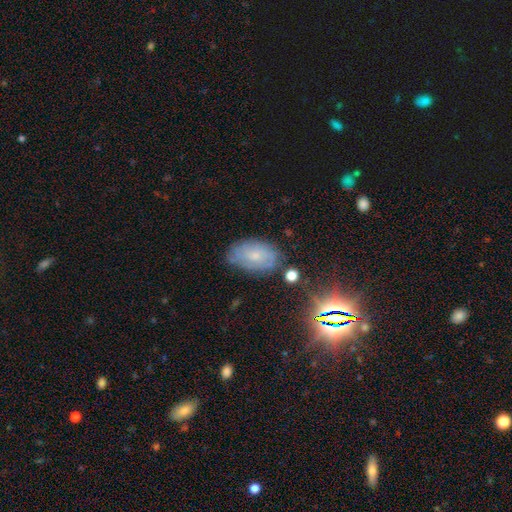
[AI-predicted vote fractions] Smooth or featured? smooth (47%)
Merging? none (73%)